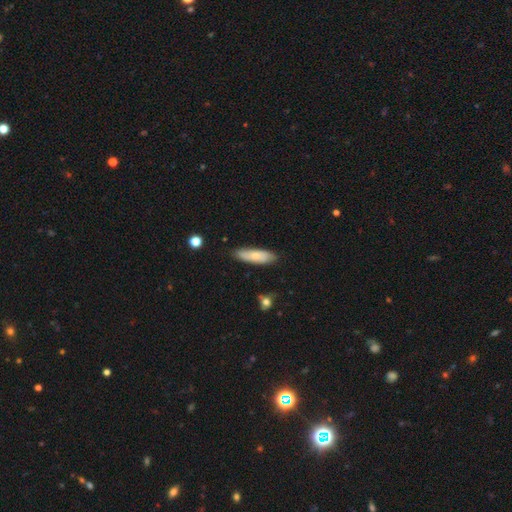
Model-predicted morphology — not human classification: smooth_or_featured: smooth (p=0.71) [alt: featured or disk p=0.23]
how_rounded: cigar-shaped (p=0.51) [alt: in between p=0.47]
merging: none (p=0.81) [alt: minor disturbance p=0.15]